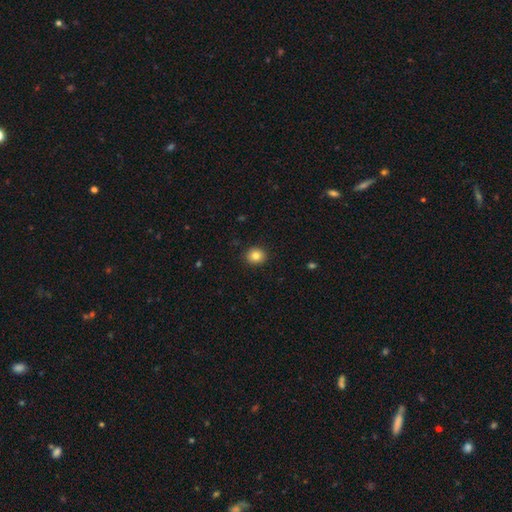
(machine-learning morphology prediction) Q: Smooth or featured?
A: smooth (84%); runner-up: star or artifact (10%)
Q: How rounded?
A: round (81%); runner-up: in between (18%)
Q: Merging?
A: none (91%); runner-up: minor disturbance (6%)